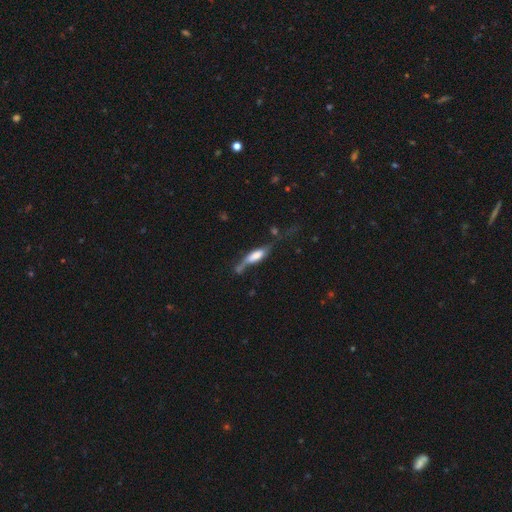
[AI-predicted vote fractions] Q: Smooth or featured?
A: smooth (55%); runner-up: featured or disk (37%)
Q: How rounded?
A: cigar-shaped (52%); runner-up: in between (45%)
Q: Merging?
A: major disturbance (31%); tied with: none (31%)